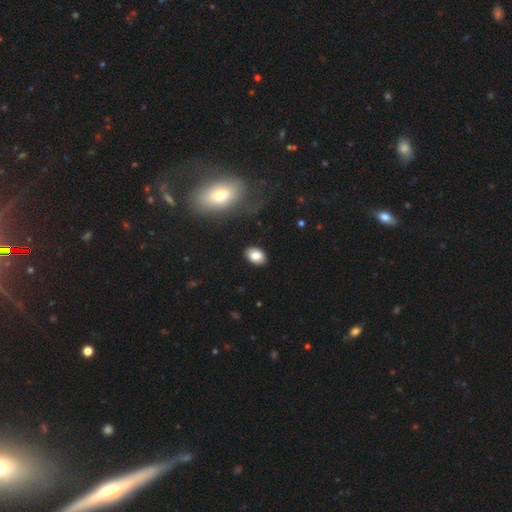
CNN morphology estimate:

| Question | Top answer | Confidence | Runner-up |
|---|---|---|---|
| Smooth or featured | smooth | 83% | featured or disk (9%) |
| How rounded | in between | 86% | round (13%) |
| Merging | none | 87% | minor disturbance (9%) |